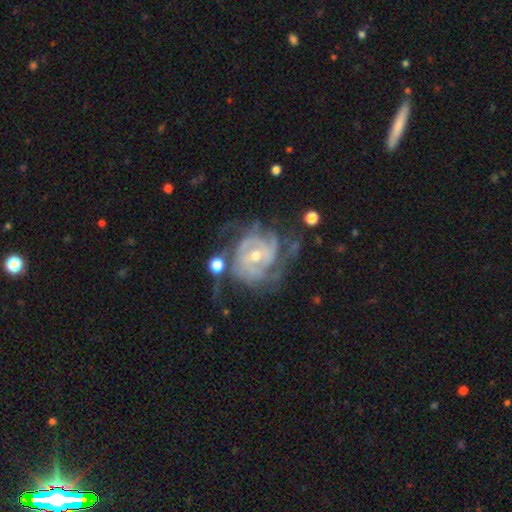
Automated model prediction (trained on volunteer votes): Q: Smooth or featured?
A: featured or disk (89%); runner-up: smooth (6%)
Q: Edge-on disk?
A: no (97%); runner-up: yes (3%)
Q: Bar?
A: no (58%); runner-up: weak (32%)
Q: Spiral arms?
A: yes (95%); runner-up: no (5%)
Q: Spiral winding?
A: tight (65%); runner-up: medium (28%)
Q: Spiral arm count?
A: 3 (28%); runner-up: can't tell (27%)
Q: Bulge size?
A: small (51%); runner-up: moderate (46%)
Q: Merging?
A: none (53%); runner-up: minor disturbance (22%)